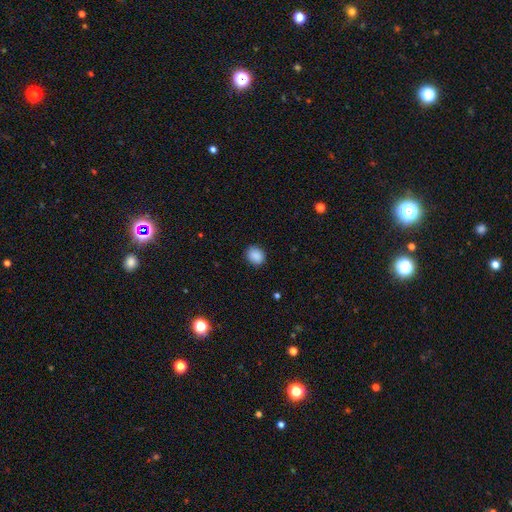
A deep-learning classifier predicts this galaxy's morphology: smooth 89%, star or artifact 9%, featured or disk 3%. Down the decision tree: how rounded — round (61%); merging — none (88%).